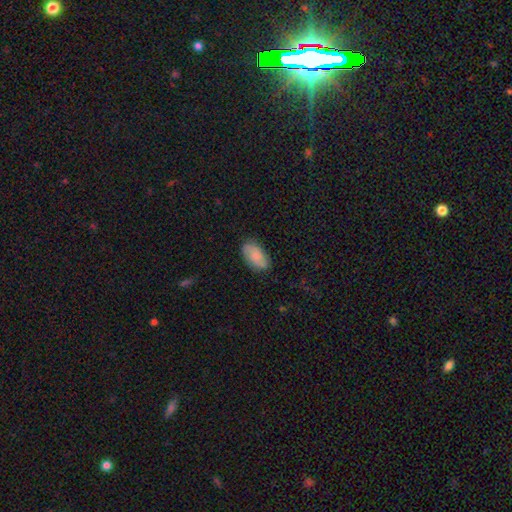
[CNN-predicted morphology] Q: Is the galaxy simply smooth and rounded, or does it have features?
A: smooth — 65%.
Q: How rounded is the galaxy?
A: in between — 93%.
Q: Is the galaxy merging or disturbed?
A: none — 82%.